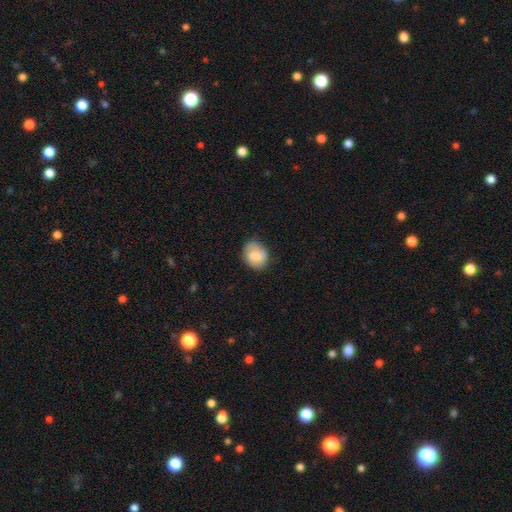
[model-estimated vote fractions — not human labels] Q: Smooth or featured?
A: smooth (73%); runner-up: featured or disk (19%)
Q: How rounded?
A: round (54%); runner-up: in between (45%)
Q: Merging?
A: none (73%); runner-up: minor disturbance (21%)